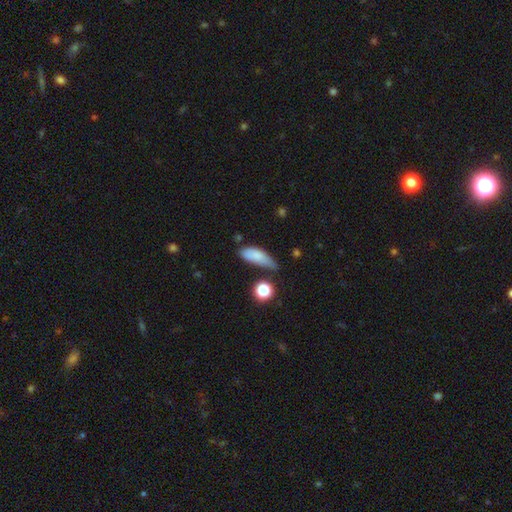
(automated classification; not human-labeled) This is likely a smooth galaxy (78%). How rounded: likely in between (66%). Merging: marginally minor disturbance (40%).